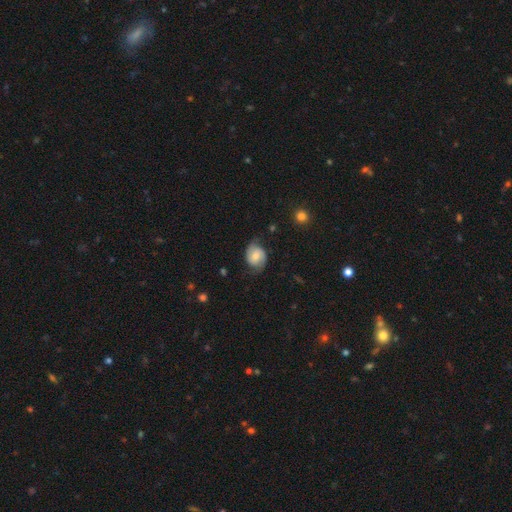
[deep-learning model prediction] Smooth or featured?
  - featured or disk: 53% *
  - smooth: 39%
  - star or artifact: 8%
Edge-on disk?
  - no: 97% *
  - yes: 3%
Bar?
  - no: 60% *
  - weak: 32%
  - strong: 8%
Spiral arms?
  - yes: 87% *
  - no: 13%
Bulge size?
  - moderate: 50% *
  - small: 38%
  - large: 6%
  - none: 4%
  - dominant: 2%
Merging?
  - none: 64% *
  - minor disturbance: 25%
  - major disturbance: 10%
  - merger: 1%